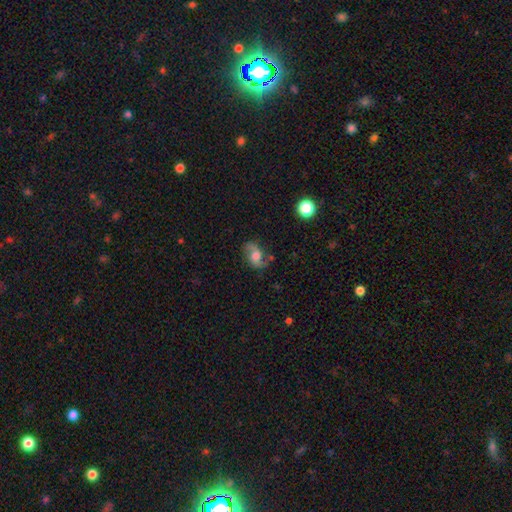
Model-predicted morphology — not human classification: smooth_or_featured: featured or disk (p=0.67) [alt: smooth p=0.24]
disk_edge_on: no (p=0.96) [alt: yes p=0.04]
bar: no (p=0.59) [alt: weak p=0.33]
has_spiral_arms: yes (p=0.91) [alt: no p=0.09]
spiral_winding: loose (p=0.59) [alt: medium p=0.33]
spiral_arm_count: 2 (p=0.90) [alt: can't tell p=0.04]
bulge_size: moderate (p=0.49) [alt: large p=0.32]
merging: none (p=0.70) [alt: minor disturbance p=0.19]